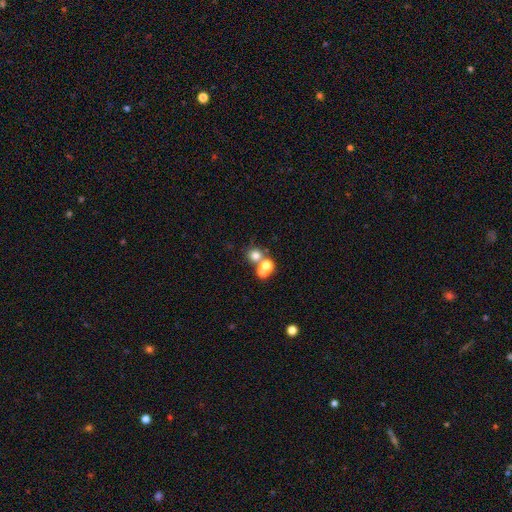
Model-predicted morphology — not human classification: This is likely a smooth galaxy (69%). How rounded: clearly round (86%). Merging: possibly none (48%).